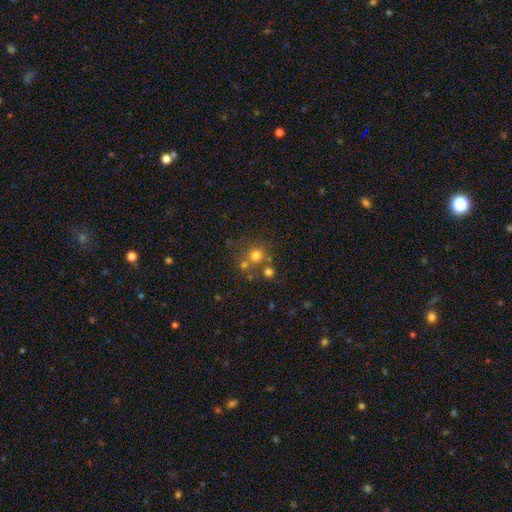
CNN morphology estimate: This appears to be a smooth galaxy with no disk features (69%) that is round (88%). Merging: none (61%).